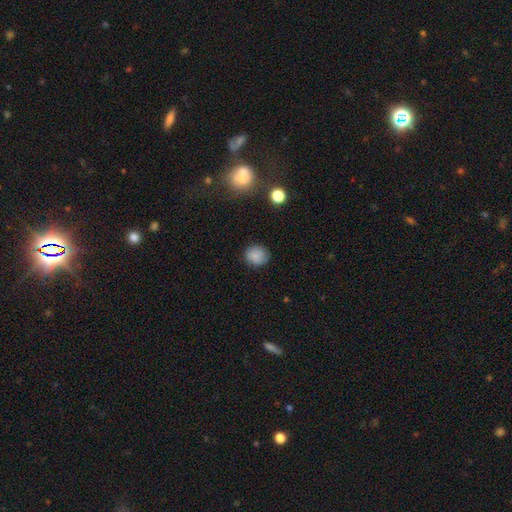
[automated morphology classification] This appears to be a smooth galaxy with no disk features (84%) that is round (79%). Merging: none (84%).